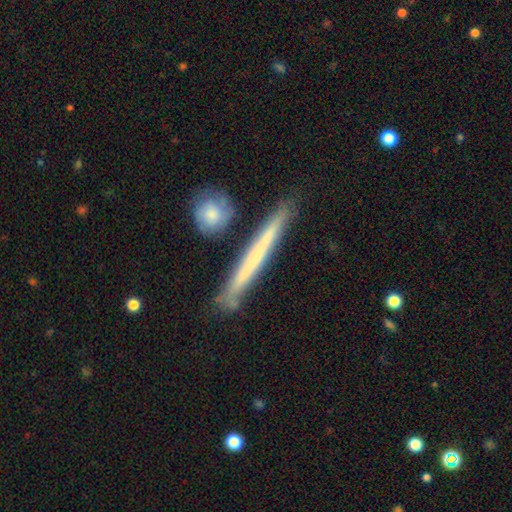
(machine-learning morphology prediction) Smooth or featured: featured or disk — 48% (smooth — 46%)
Merging: none — 84% (minor disturbance — 10%)